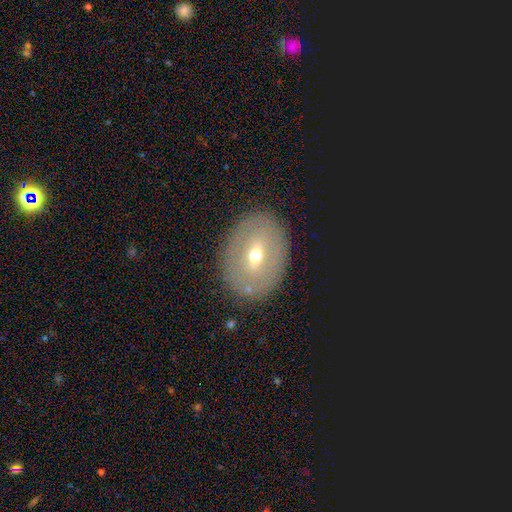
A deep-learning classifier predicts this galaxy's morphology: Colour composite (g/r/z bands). It shows a featured or disk galaxy (48%). Merging: none (84%).